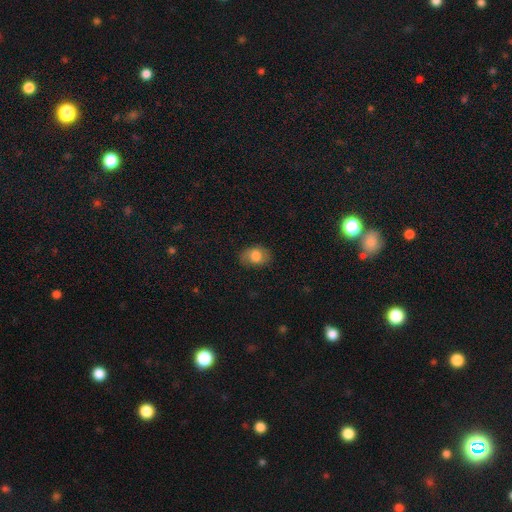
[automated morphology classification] Smooth or featured: smooth — 77% (featured or disk — 15%)
How rounded: in between — 75% (round — 24%)
Merging: none — 77% (minor disturbance — 17%)